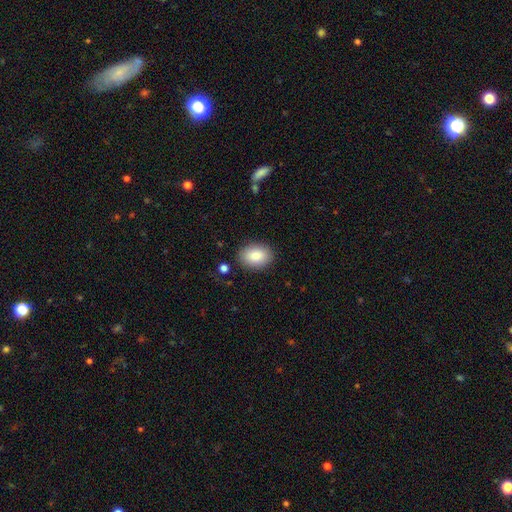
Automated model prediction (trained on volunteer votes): Morphology: type=smooth (84%); roundness=in between (79%); merging=none (87%).